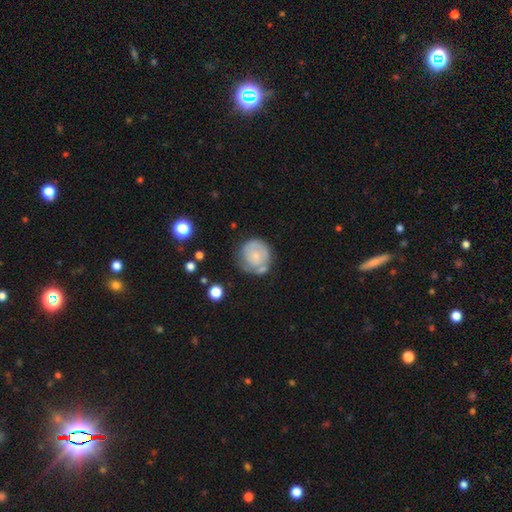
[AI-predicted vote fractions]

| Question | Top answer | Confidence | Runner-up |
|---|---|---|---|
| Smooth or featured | smooth | 49% | featured or disk (44%) |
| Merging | none | 54% | minor disturbance (25%) |